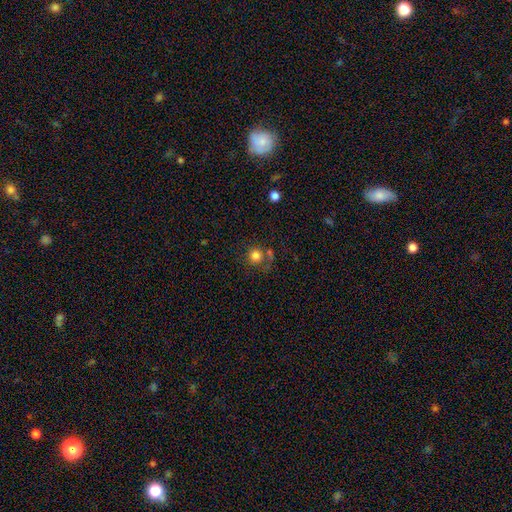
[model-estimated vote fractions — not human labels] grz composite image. It shows a smooth galaxy with no disk features (79%) that is round (91%). Merging: none (60%).